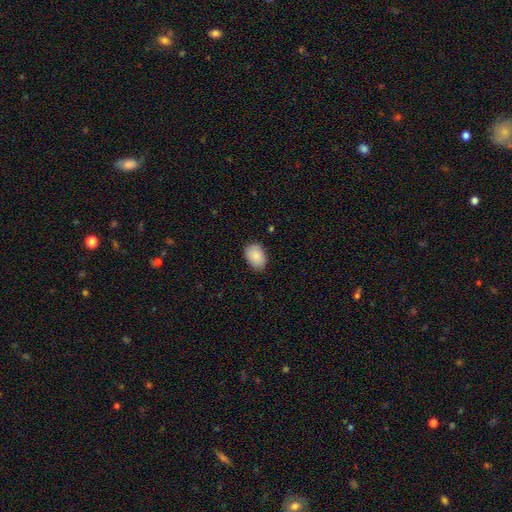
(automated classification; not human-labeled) Morphology: type=smooth (87%); roundness=in between (82%); merging=none (81%).